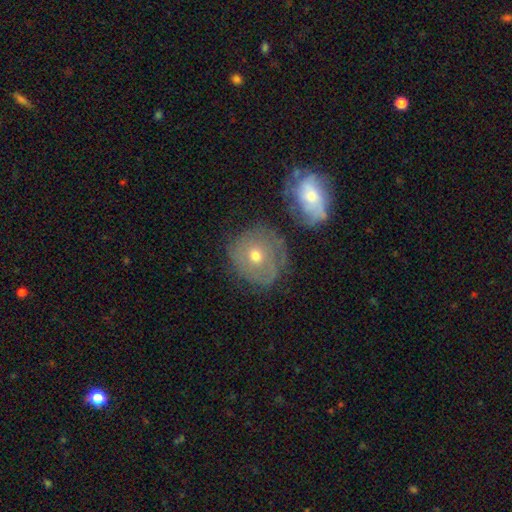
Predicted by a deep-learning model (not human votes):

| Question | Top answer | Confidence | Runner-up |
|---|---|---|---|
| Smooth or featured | featured or disk | 56% | smooth (35%) |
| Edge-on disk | no | 96% | yes (4%) |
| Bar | no | 82% | weak (14%) |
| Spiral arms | yes | 66% | no (34%) |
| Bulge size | moderate | 63% | small (32%) |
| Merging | none | 62% | minor disturbance (18%) |